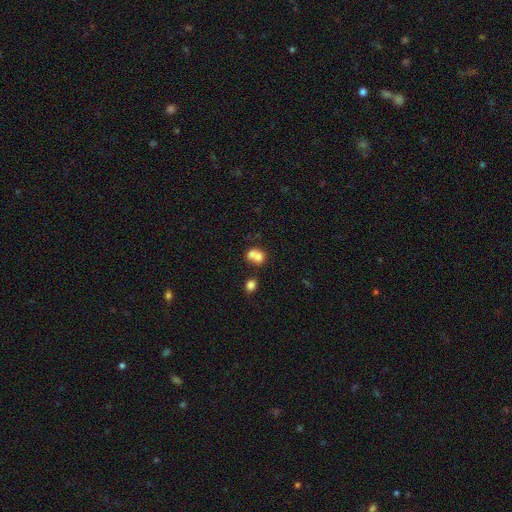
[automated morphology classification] Q: Smooth or featured?
A: smooth (71%); runner-up: featured or disk (18%)
Q: How rounded?
A: round (64%); runner-up: in between (35%)
Q: Merging?
A: merger (65%); runner-up: none (25%)